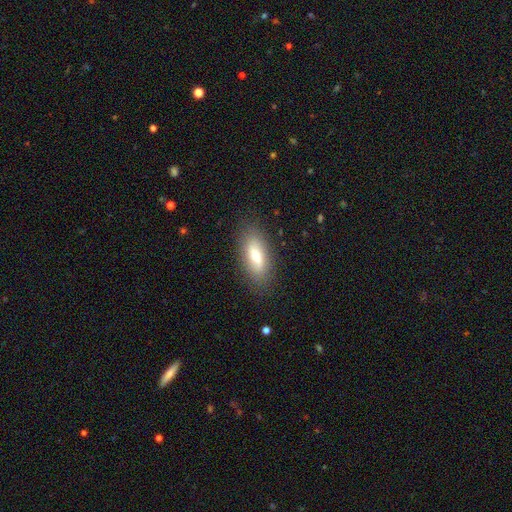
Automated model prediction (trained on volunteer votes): smooth 69%, featured or disk 24%, star or artifact 7%. Down the decision tree: how rounded — in between (76%); merging — none (84%).